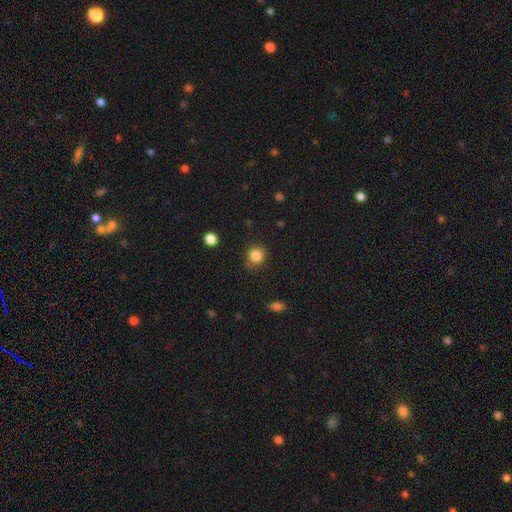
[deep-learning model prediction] Morphology: type=smooth (84%); roundness=round (81%); merging=none (75%).